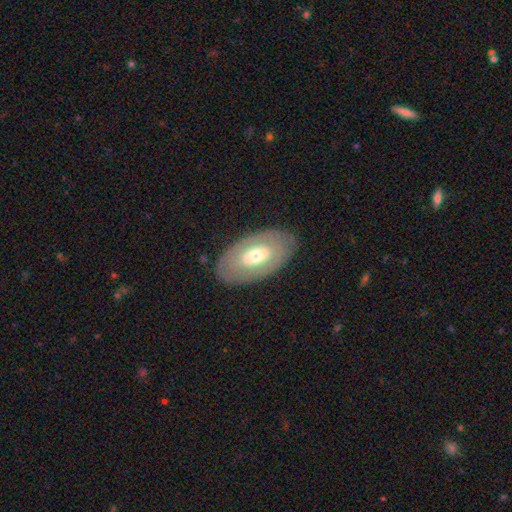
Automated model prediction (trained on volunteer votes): Morphology: type=featured or disk (50%); merging=none (83%).